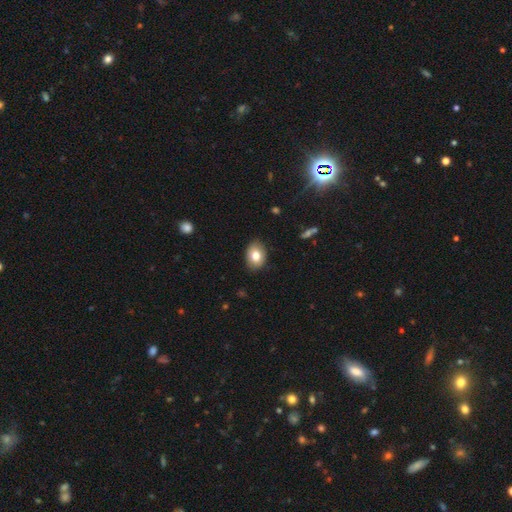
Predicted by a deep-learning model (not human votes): This is likely a smooth galaxy (79%). How rounded: likely in between (71%). Merging: clearly none (86%).